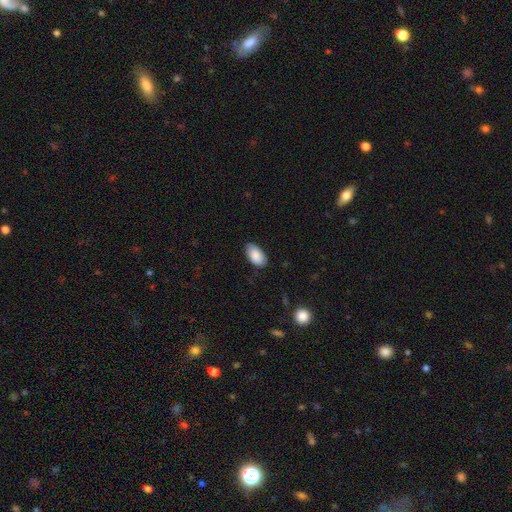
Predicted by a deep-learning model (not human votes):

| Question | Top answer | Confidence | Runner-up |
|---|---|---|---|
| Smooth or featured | smooth | 88% | star or artifact (6%) |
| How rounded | in between | 95% | round (3%) |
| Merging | none | 81% | minor disturbance (16%) |